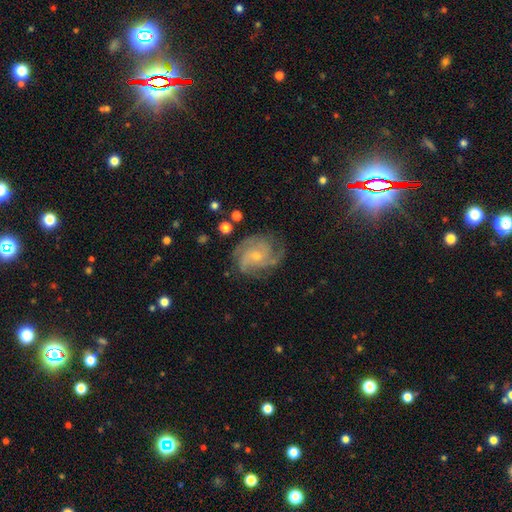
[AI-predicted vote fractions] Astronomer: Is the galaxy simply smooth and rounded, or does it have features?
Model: featured or disk — 85%.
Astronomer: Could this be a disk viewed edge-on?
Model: no — 98%.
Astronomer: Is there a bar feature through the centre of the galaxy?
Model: no — 71%.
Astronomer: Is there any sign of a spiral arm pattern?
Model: yes — 97%.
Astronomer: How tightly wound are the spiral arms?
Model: tight — 46% (runner-up: medium, 43%).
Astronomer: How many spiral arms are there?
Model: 3 — 38% (runner-up: 4, 19%).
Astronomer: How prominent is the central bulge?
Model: small — 70%.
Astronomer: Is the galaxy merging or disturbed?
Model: none — 72%.